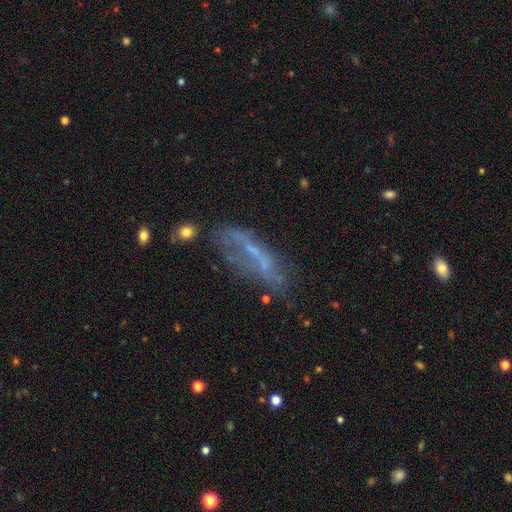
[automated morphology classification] smooth_or_featured: featured or disk (p=0.54) [alt: smooth p=0.30]
disk_edge_on: no (p=0.71) [alt: yes p=0.29]
merging: none (p=0.45) [alt: minor disturbance p=0.24]